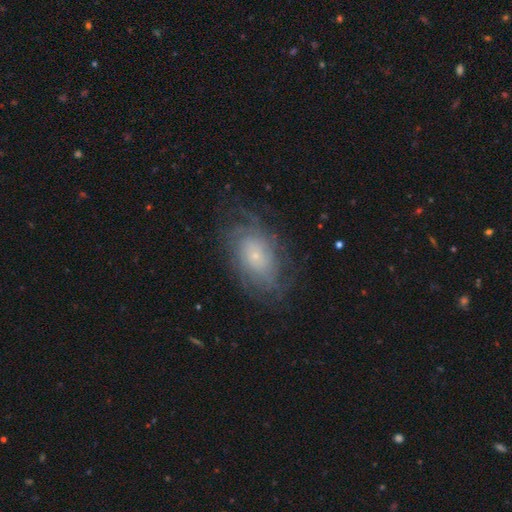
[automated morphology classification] This is likely a featured or disk galaxy (69%). It is clearly not viewed edge-on (95%). Bar: clearly no (81%). Spiral arm pattern: clearly yes (85%). Spiral arm count: possibly can't tell (56%). Spiral winding: likely tight (62%). Central bulge: likely small (77%). Merging: likely none (71%).